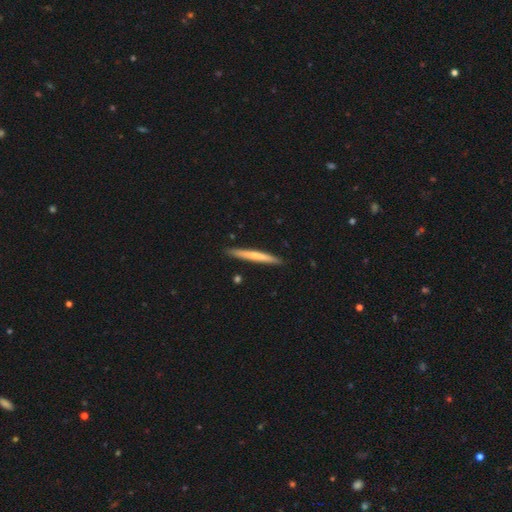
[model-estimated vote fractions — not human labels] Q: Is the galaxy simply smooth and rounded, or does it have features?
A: smooth — 59%.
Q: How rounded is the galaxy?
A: cigar-shaped — 97%.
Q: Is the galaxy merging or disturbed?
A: none — 90%.